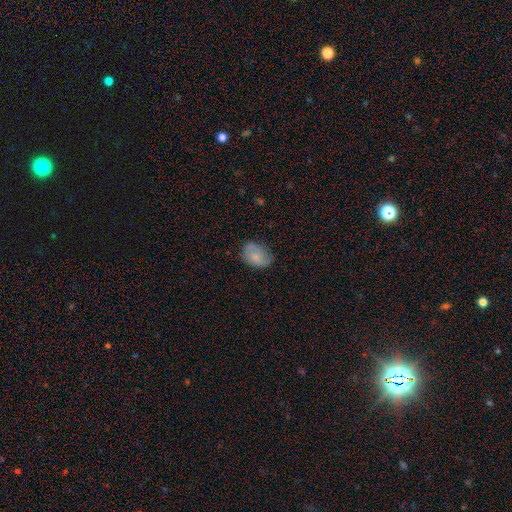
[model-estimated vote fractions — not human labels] Smooth or featured?
  - smooth: 70% *
  - featured or disk: 22%
  - star or artifact: 7%
How rounded?
  - in between: 79% *
  - round: 20%
  - cigar-shaped: 1%
Merging?
  - none: 68% *
  - minor disturbance: 25%
  - major disturbance: 6%
  - merger: 1%